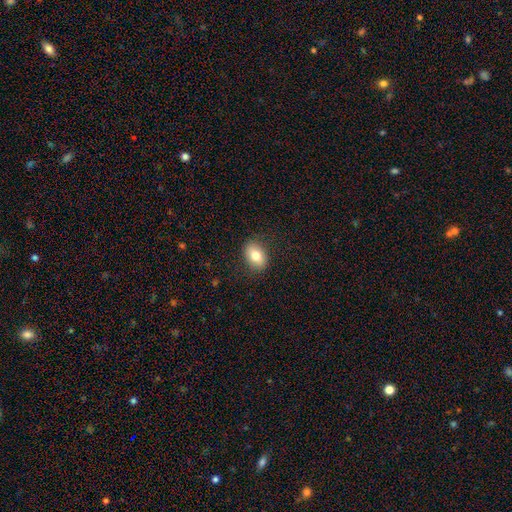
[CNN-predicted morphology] A smooth galaxy with no disk features (78%) that is in between round and cigar-shaped (81%).

Vote fractions:
- Smooth or featured? smooth: 78% / featured or disk: 13% / star or artifact: 8%
- How rounded? in between: 81% / round: 18% / cigar-shaped: 1%
- Merging? none: 87% / minor disturbance: 10% / major disturbance: 3% / merger: 1%